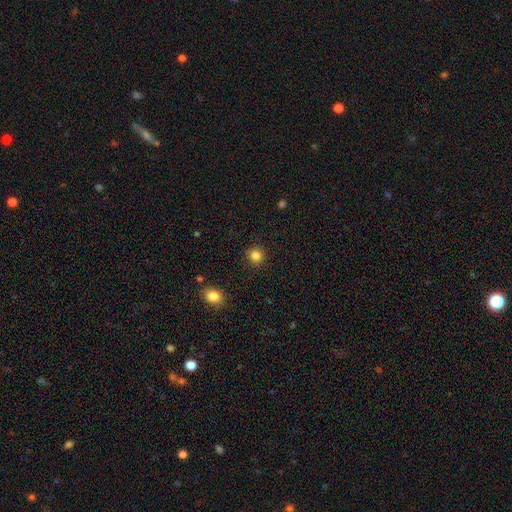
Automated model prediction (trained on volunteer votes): Smooth or featured?
  - smooth: 84% *
  - star or artifact: 12%
  - featured or disk: 4%
How rounded?
  - round: 91% *
  - in between: 8%
  - cigar-shaped: 1%
Merging?
  - none: 90% *
  - minor disturbance: 6%
  - major disturbance: 2%
  - merger: 1%